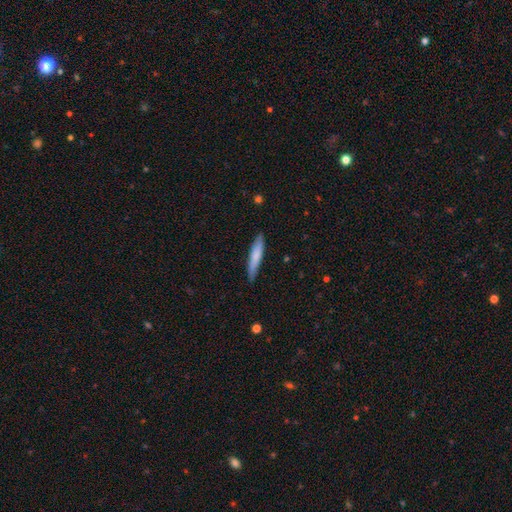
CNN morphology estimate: Smooth or featured? Predicted: smooth (p=0.73). How rounded? Predicted: cigar-shaped (p=0.90). Merging? Predicted: none (p=0.83).